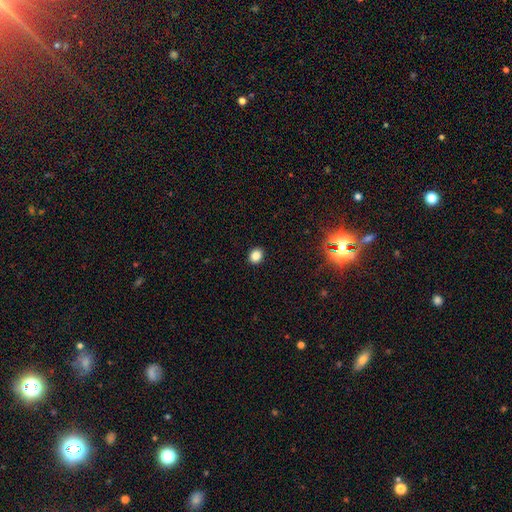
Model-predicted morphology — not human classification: This is clearly a smooth galaxy (83%). How rounded: likely round (63%). Merging: clearly none (92%).